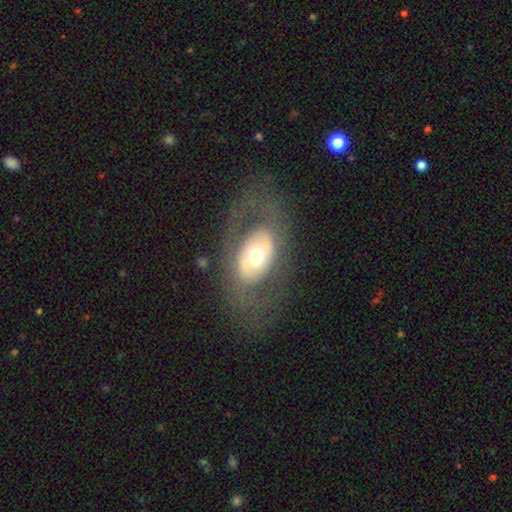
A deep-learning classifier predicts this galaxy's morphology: Smooth or featured: featured or disk — 54% (smooth — 38%)
Edge-on disk: no — 91% (yes — 9%)
Merging: none — 71% (major disturbance — 14%)